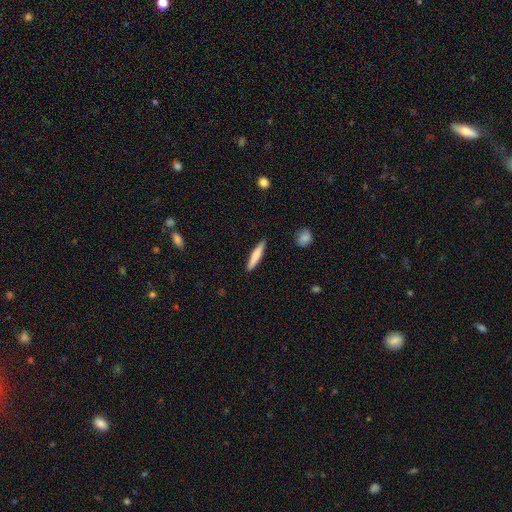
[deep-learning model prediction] Overall: smooth (74%). How rounded: cigar-shaped (91%). Merging: none (90%).